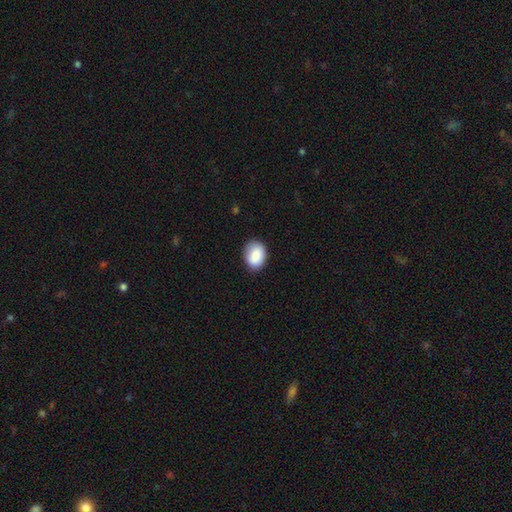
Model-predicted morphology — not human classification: A smooth galaxy with no disk features (87%) that is in between round and cigar-shaped (69%). Merging: none (80%).